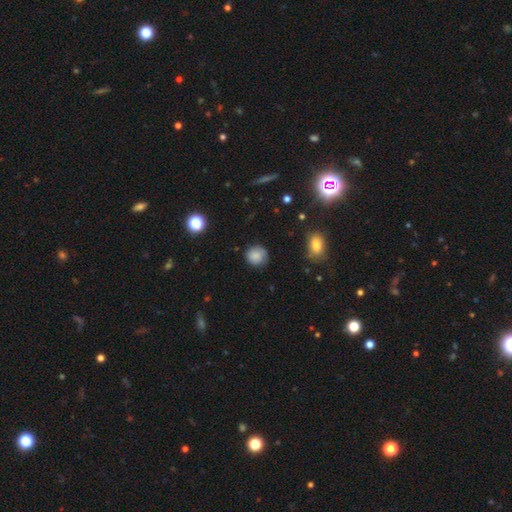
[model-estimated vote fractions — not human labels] A smooth galaxy with no disk features (82%) that is round (87%).

Vote fractions:
- Smooth or featured? smooth: 82% / star or artifact: 10% / featured or disk: 9%
- How rounded? round: 87% / in between: 12% / cigar-shaped: 1%
- Merging? none: 79% / minor disturbance: 16% / major disturbance: 4% / merger: 1%